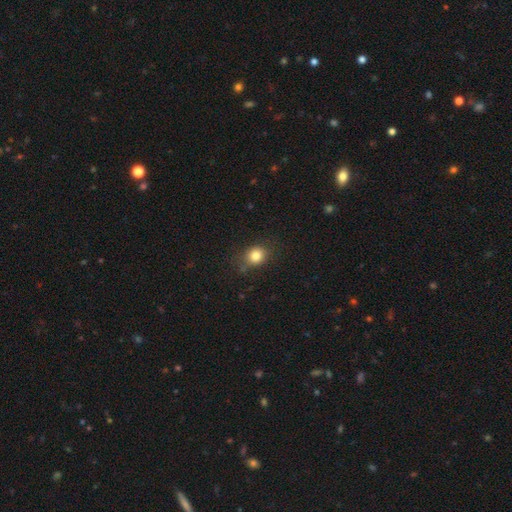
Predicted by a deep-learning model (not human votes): Overall: smooth (83%). How rounded: round (66%; in between 33%). Merging: none (75%).